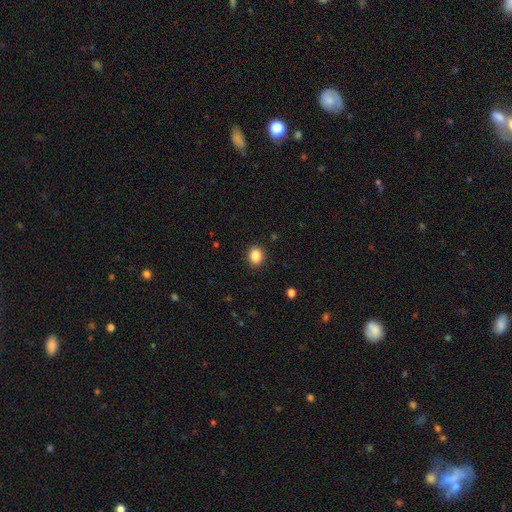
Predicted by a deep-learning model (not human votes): This is clearly a smooth galaxy (86%). How rounded: possibly round (56%). Merging: clearly none (90%).